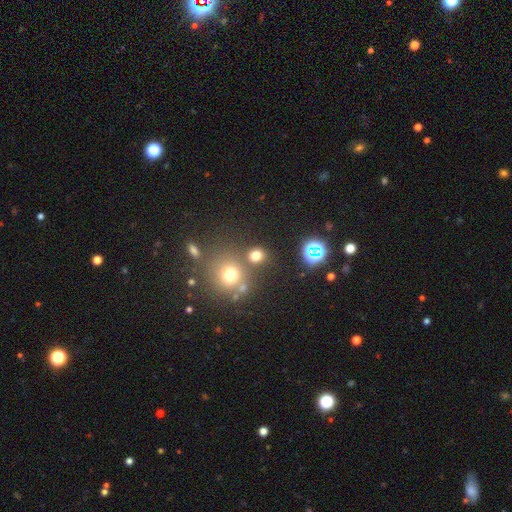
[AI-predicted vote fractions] smooth_or_featured: smooth (p=0.69) [alt: star or artifact p=0.23]
how_rounded: round (p=0.77) [alt: in between p=0.22]
merging: none (p=0.70) [alt: merger p=0.16]